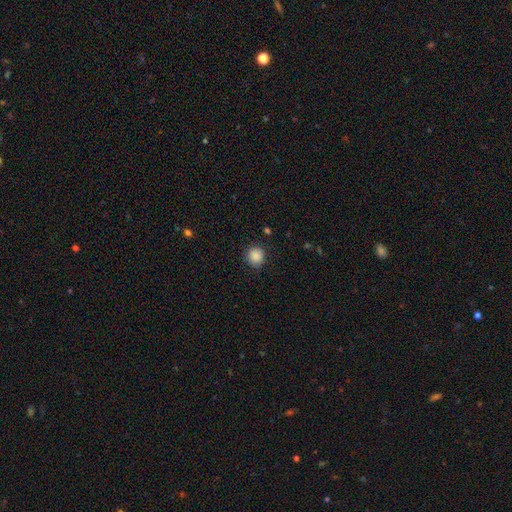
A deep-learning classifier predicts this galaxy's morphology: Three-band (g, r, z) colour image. It shows a smooth galaxy with no disk features (87%) that is round (91%). Merging: none (87%).